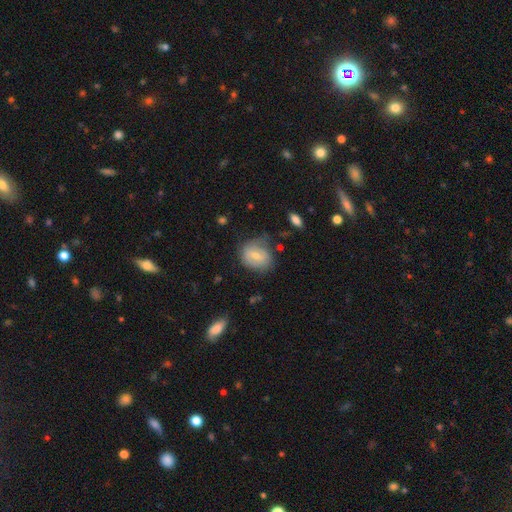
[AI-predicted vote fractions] This appears to be a smooth galaxy with no disk features (58%) that is round (59%). Merging: none (58%).